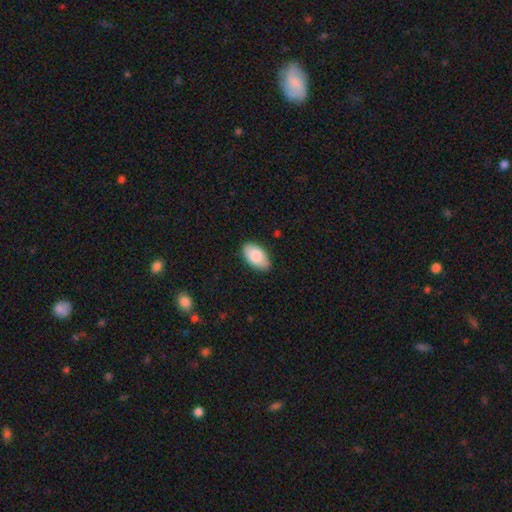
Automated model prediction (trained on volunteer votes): Smooth or featured: smooth — 85% (featured or disk — 9%)
How rounded: in between — 95% (round — 3%)
Merging: none — 84% (minor disturbance — 12%)